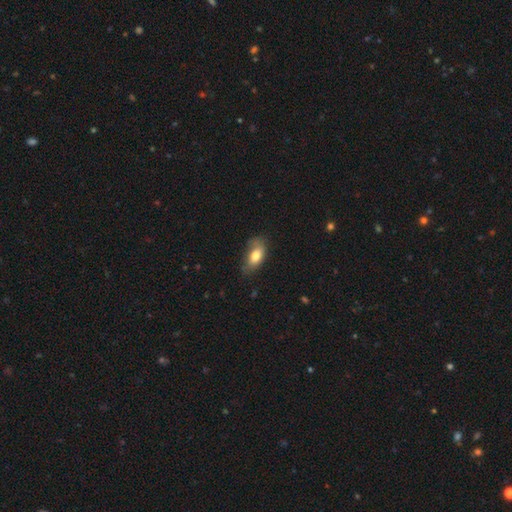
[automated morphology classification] A smooth galaxy with no disk features (77%) that is in between round and cigar-shaped (88%).

Vote fractions:
- Smooth or featured? smooth: 77% / featured or disk: 16% / star or artifact: 7%
- How rounded? in between: 88% / cigar-shaped: 7% / round: 5%
- Merging? none: 61% / minor disturbance: 29% / major disturbance: 8% / merger: 2%